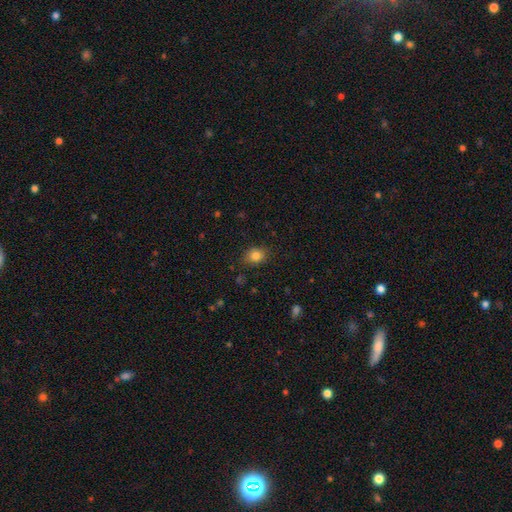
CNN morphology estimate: A smooth galaxy with no disk features (83%) that is round (53%). Merging: none (82%).